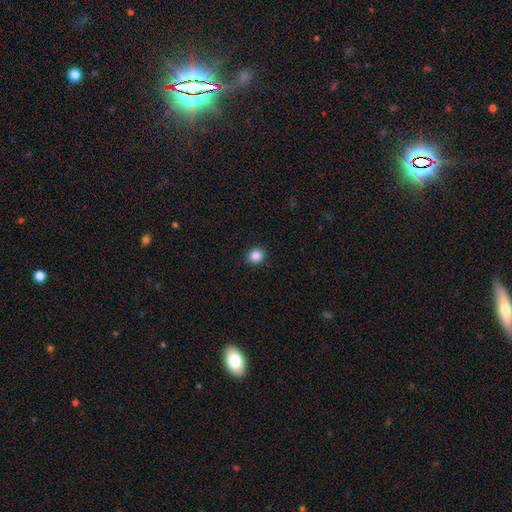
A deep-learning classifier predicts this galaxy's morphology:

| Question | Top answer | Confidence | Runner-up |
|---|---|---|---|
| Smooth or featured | smooth | 87% | star or artifact (10%) |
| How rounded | round | 74% | in between (25%) |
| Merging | none | 91% | minor disturbance (6%) |